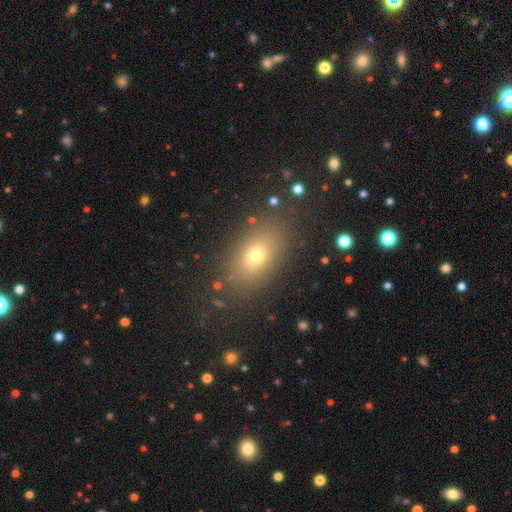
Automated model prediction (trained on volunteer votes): A smooth galaxy with no disk features (68%) that is in between round and cigar-shaped (78%). Merging: none (85%).